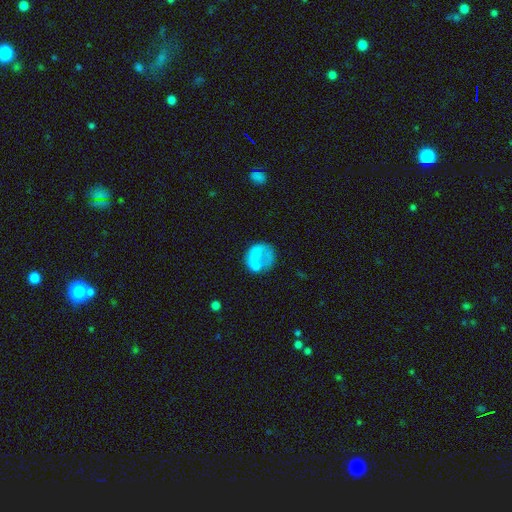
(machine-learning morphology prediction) Smooth or featured?
  - smooth: 57% *
  - featured or disk: 33%
  - star or artifact: 10%
How rounded?
  - round: 70% *
  - in between: 29%
  - cigar-shaped: 1%
Merging?
  - none: 39% *
  - major disturbance: 29%
  - minor disturbance: 20%
  - merger: 13%